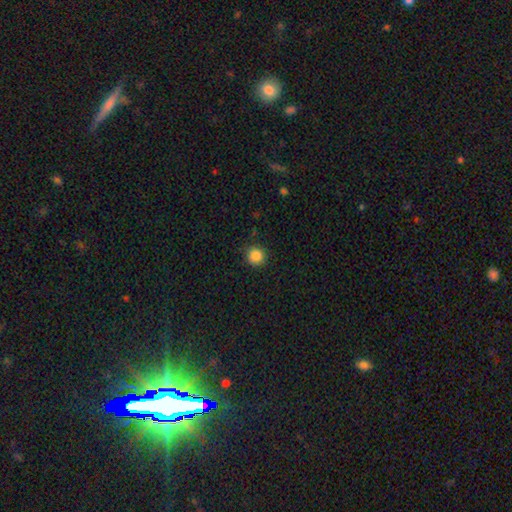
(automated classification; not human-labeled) smooth_or_featured: smooth (p=0.86) [alt: star or artifact p=0.11]
how_rounded: round (p=0.94) [alt: in between p=0.05]
merging: none (p=0.89) [alt: minor disturbance p=0.08]